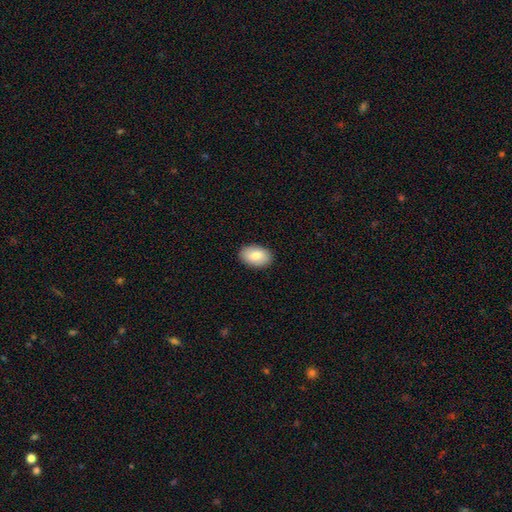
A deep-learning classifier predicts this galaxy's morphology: A smooth galaxy with no disk features (84%) that is in between round and cigar-shaped (89%).

Vote fractions:
- Smooth or featured? smooth: 84% / featured or disk: 10% / star or artifact: 6%
- How rounded? in between: 89% / round: 10% / cigar-shaped: 1%
- Merging? none: 90% / minor disturbance: 8% / major disturbance: 2% / merger: 1%